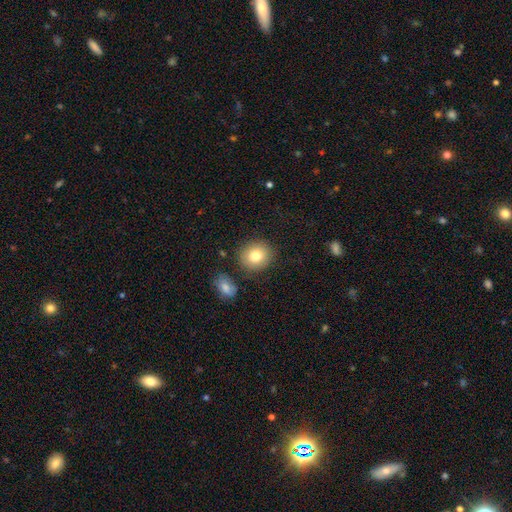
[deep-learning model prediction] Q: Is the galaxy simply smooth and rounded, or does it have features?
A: smooth — 81%.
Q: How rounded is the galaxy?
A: round — 81%.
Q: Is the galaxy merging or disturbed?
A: none — 83%.